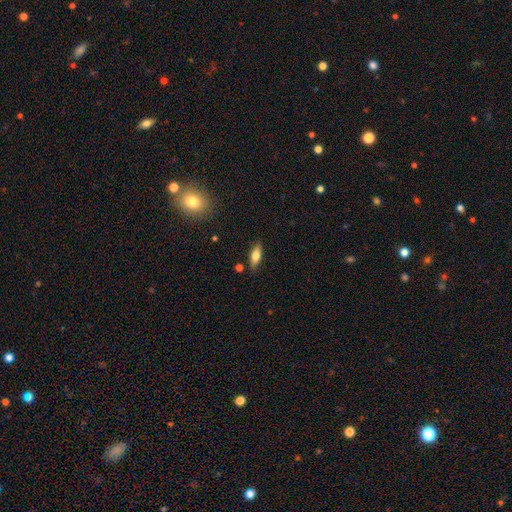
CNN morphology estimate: Smooth or featured: smooth — 71% (featured or disk — 21%)
How rounded: in between — 70% (cigar-shaped — 27%)
Merging: none — 83% (minor disturbance — 12%)